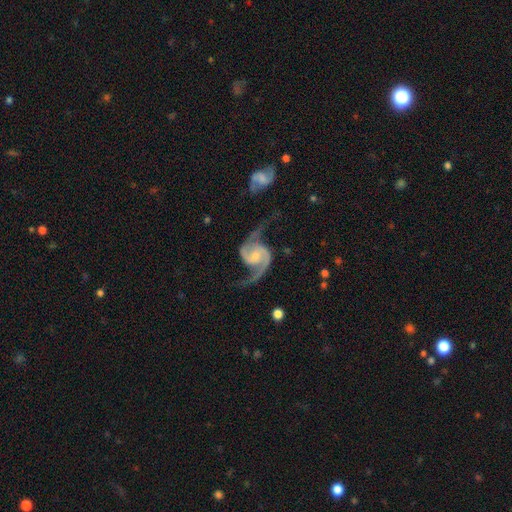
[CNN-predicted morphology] smooth_or_featured: featured or disk (p=0.93) [alt: star or artifact p=0.04]
disk_edge_on: no (p=0.98) [alt: yes p=0.02]
bar: no (p=0.53) [alt: weak p=0.37]
has_spiral_arms: yes (p=0.98) [alt: no p=0.02]
spiral_winding: loose (p=0.47) [alt: medium p=0.44]
spiral_arm_count: 2 (p=0.94) [alt: 1 p=0.01]
bulge_size: small (p=0.46) [alt: moderate p=0.39]
merging: none (p=0.70) [alt: minor disturbance p=0.16]